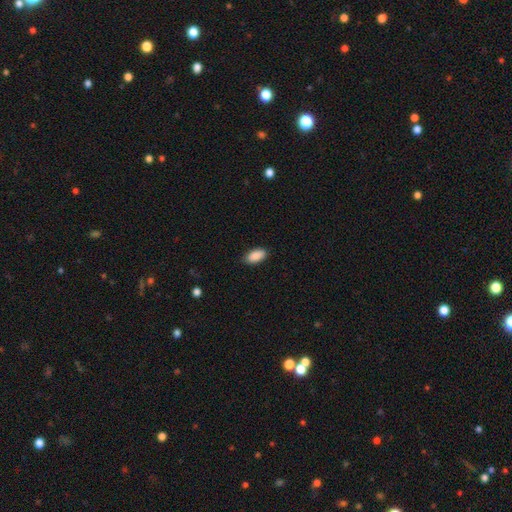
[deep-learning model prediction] Morphology: type=smooth (90%); roundness=in between (93%); merging=none (86%).